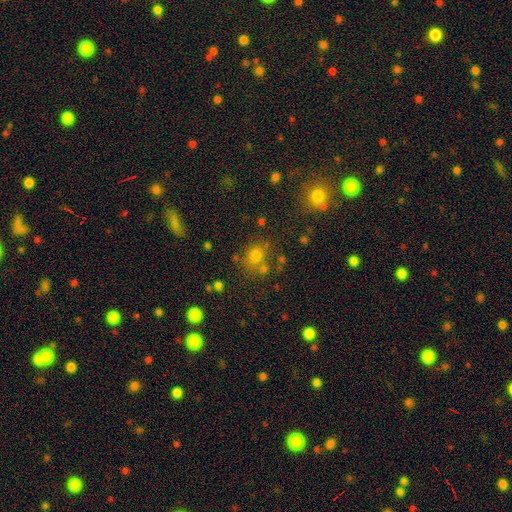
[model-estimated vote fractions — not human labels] A smooth galaxy with no disk features (70%) that is round (74%).

Vote fractions:
- Smooth or featured? smooth: 70% / star or artifact: 20% / featured or disk: 9%
- How rounded? round: 74% / in between: 25% / cigar-shaped: 1%
- Merging? none: 64% / merger: 16% / minor disturbance: 14% / major disturbance: 6%